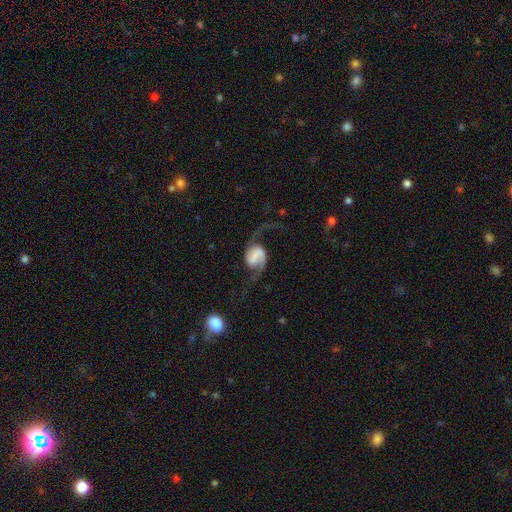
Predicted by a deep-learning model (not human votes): smooth_or_featured: featured or disk (p=0.84) [alt: smooth p=0.10]
disk_edge_on: no (p=0.98) [alt: yes p=0.02]
bar: weak (p=0.39) [alt: strong p=0.31]
has_spiral_arms: yes (p=0.96) [alt: no p=0.04]
spiral_winding: loose (p=0.72) [alt: medium p=0.22]
spiral_arm_count: 2 (p=0.91) [alt: 1 p=0.04]
bulge_size: none (p=0.58) [alt: small p=0.14]
merging: none (p=0.58) [alt: major disturbance p=0.24]